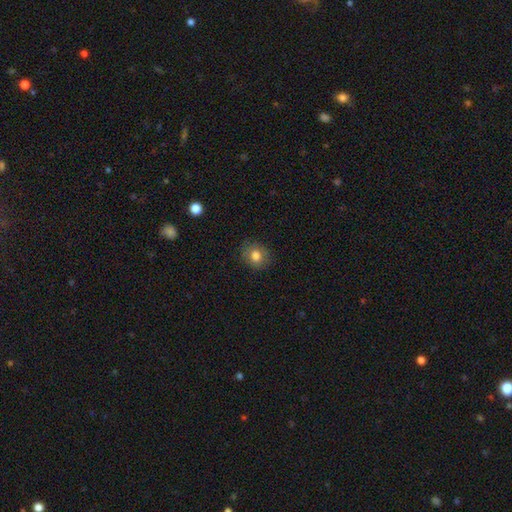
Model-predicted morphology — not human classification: Smooth or featured: smooth — 80% (featured or disk — 10%)
How rounded: round — 66% (in between — 33%)
Merging: none — 84% (minor disturbance — 12%)